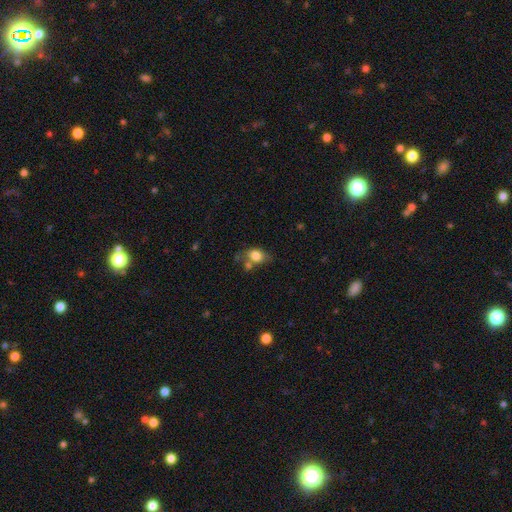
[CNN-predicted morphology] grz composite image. It shows a smooth galaxy with no disk features (79%) that is in between round and cigar-shaped (73%). Merging: none (47%).